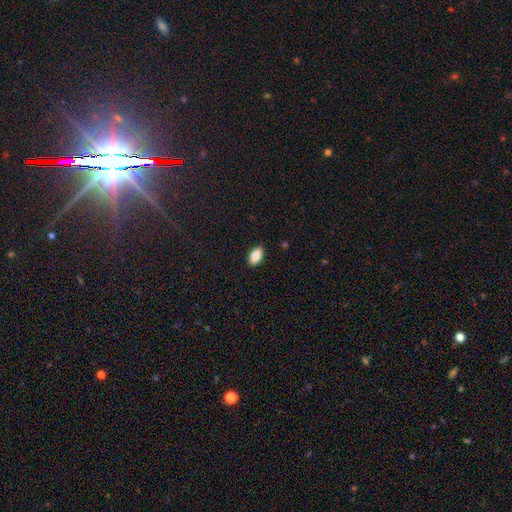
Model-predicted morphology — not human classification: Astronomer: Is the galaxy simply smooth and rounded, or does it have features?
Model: smooth — 84%.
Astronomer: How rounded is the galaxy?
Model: in between — 92%.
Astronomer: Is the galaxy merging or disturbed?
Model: none — 89%.